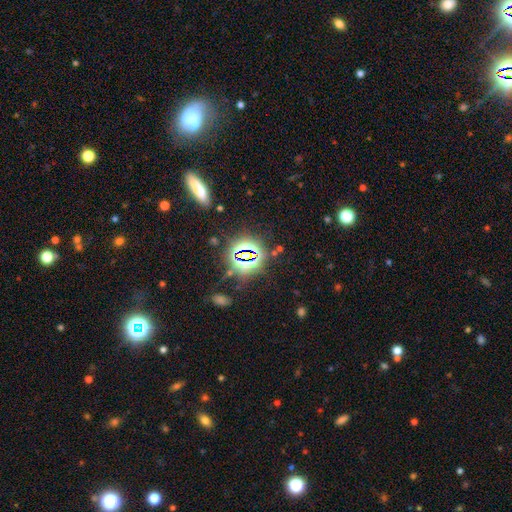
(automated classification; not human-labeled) star or artifact 77%, smooth 15%, featured or disk 8%.